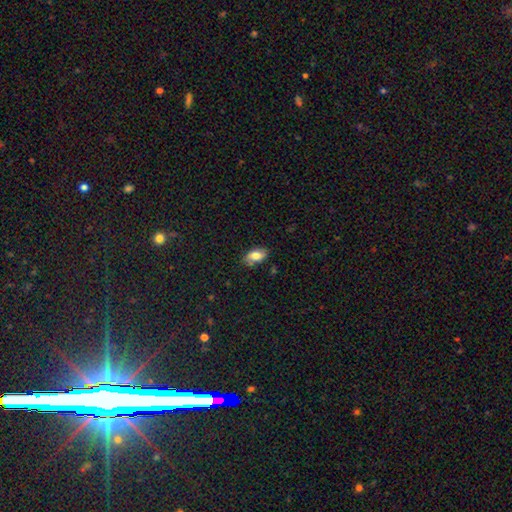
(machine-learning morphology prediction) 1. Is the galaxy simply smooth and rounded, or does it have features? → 75% smooth, 17% featured or disk, 8% star or artifact.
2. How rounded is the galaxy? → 91% in between, 5% round, 3% cigar-shaped.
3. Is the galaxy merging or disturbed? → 75% none, 19% minor disturbance, 3% major disturbance, 2% merger.